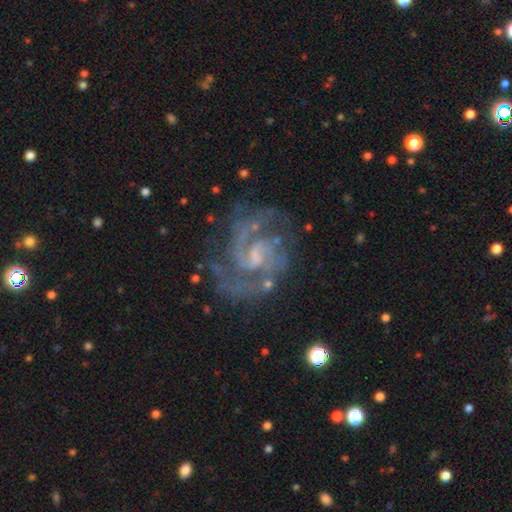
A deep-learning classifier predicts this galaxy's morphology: Smooth or featured? Predicted: featured or disk (p=0.92). Edge-on disk? Predicted: no (p=0.98). Bar? Predicted: weak (p=0.60). Spiral arms? Predicted: yes (p=0.98). Spiral winding? Predicted: medium (p=0.55). Spiral arm count? Predicted: 2 (p=0.80). Bulge size? Predicted: small (p=0.47). Merging? Predicted: none (p=0.70).